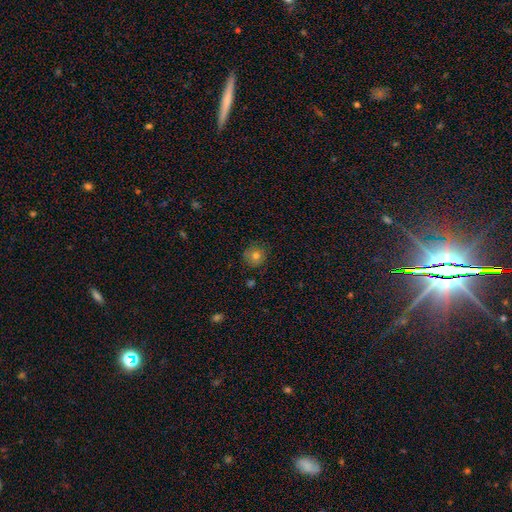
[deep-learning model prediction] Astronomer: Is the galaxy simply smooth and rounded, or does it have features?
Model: smooth — 77%.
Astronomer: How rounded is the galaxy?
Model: round — 91%.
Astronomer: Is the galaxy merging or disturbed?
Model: none — 84%.